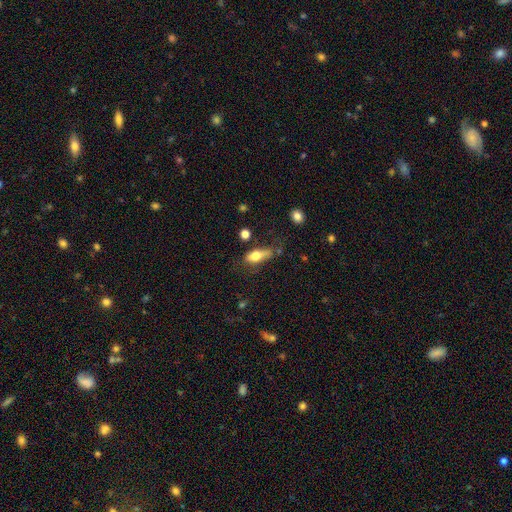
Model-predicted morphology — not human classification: type=smooth (72%); roundness=in between (74%); merging=none (40%).